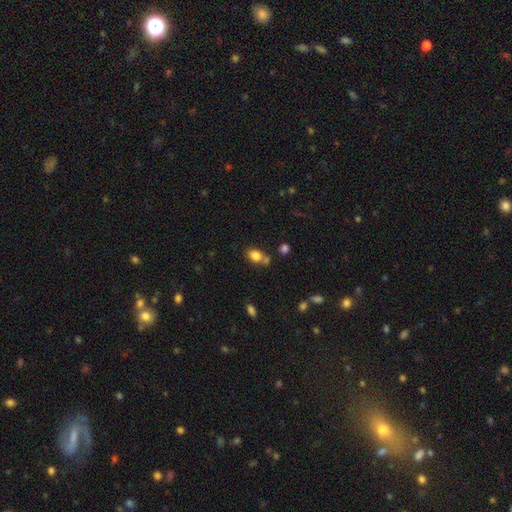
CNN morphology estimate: This is clearly a smooth galaxy (82%). How rounded: likely in between (72%). Merging: possibly none (55%).